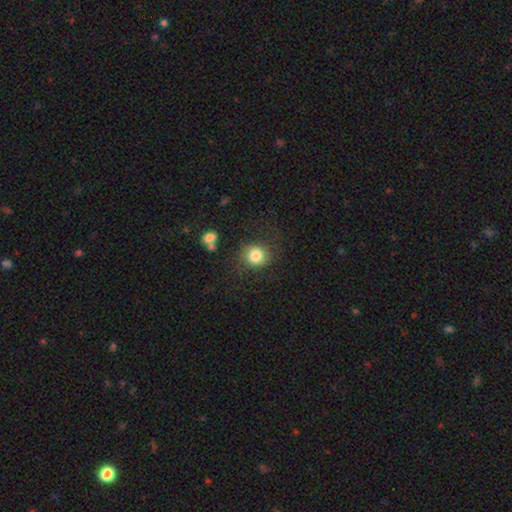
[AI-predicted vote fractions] This appears to be a smooth galaxy with no disk features (83%) that is round (83%). Merging: none (74%).